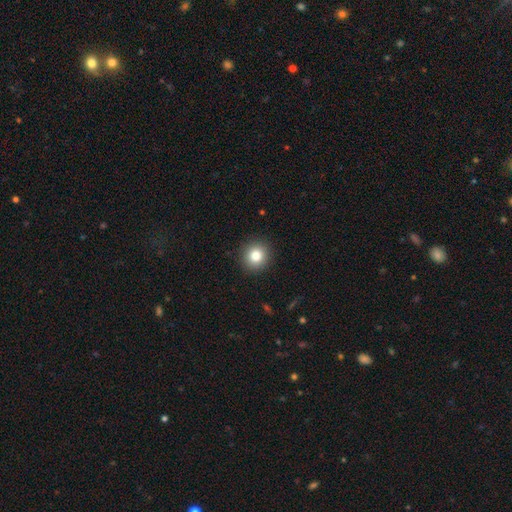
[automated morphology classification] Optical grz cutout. It shows a smooth galaxy with no disk features (83%) that is round (91%). Merging: none (91%).